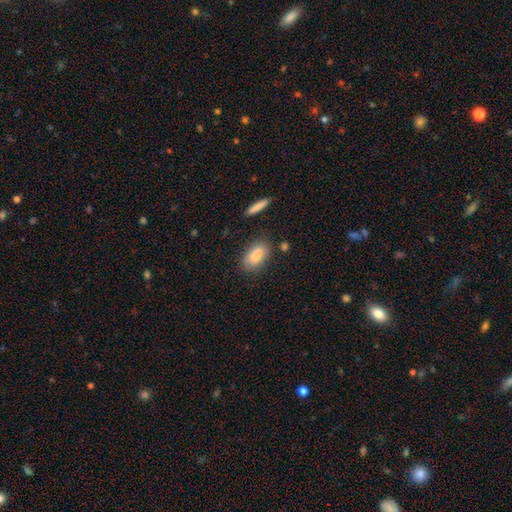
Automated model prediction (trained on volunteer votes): Smooth or featured: smooth — 82% (featured or disk — 11%)
How rounded: in between — 90% (round — 6%)
Merging: none — 82% (minor disturbance — 12%)